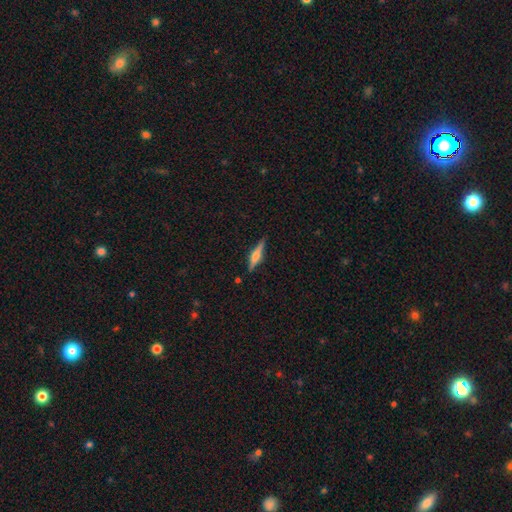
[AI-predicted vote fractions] Smooth or featured?
  - featured or disk: 62% *
  - smooth: 31%
  - star or artifact: 6%
Edge-on disk?
  - yes: 97% *
  - no: 3%
Edge-on bulge?
  - rounded: 82% *
  - boxy: 12%
  - none: 6%
Merging?
  - none: 87% *
  - minor disturbance: 9%
  - major disturbance: 2%
  - merger: 1%